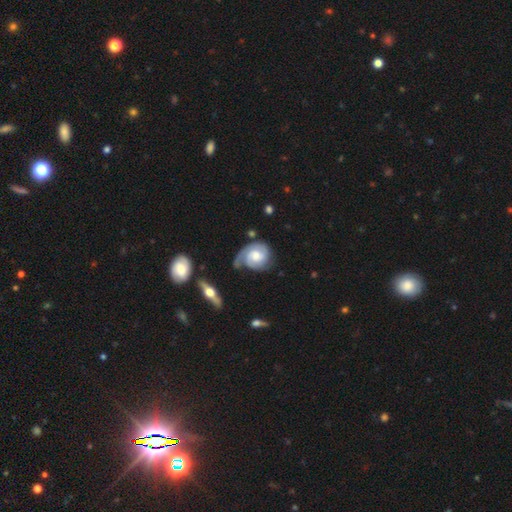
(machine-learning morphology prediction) Q: Smooth or featured?
A: featured or disk (79%); runner-up: smooth (16%)
Q: Edge-on disk?
A: no (97%); runner-up: yes (3%)
Q: Bar?
A: no (64%); runner-up: weak (31%)
Q: Spiral arms?
A: yes (95%); runner-up: no (5%)
Q: Spiral winding?
A: tight (60%); runner-up: medium (30%)
Q: Spiral arm count?
A: 2 (47%); runner-up: 1 (29%)
Q: Bulge size?
A: moderate (57%); runner-up: large (20%)
Q: Merging?
A: none (53%); runner-up: minor disturbance (25%)